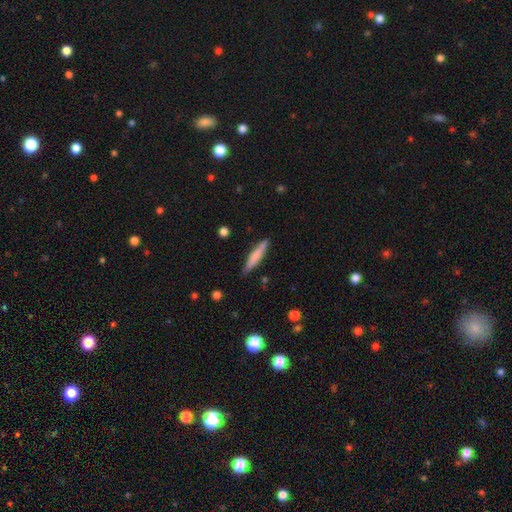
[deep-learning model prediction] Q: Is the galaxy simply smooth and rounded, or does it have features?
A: smooth — 70%.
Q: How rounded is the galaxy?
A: cigar-shaped — 91%.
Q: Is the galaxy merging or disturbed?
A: none — 86%.